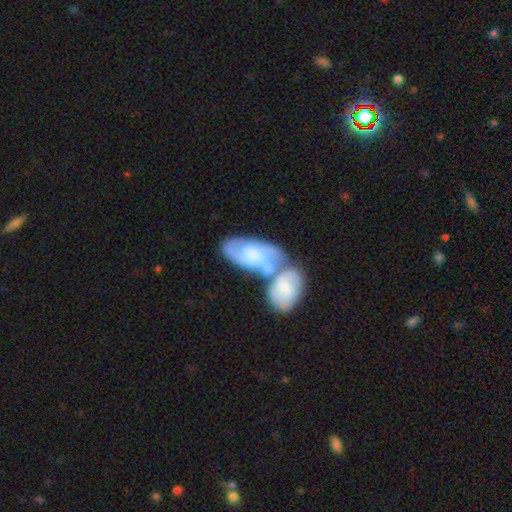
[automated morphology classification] Smooth or featured? featured or disk (67%)
Edge-on disk? no (94%)
Bar? no (57%)
Spiral arms? yes (87%)
Spiral winding? medium (44%)
Spiral arm count? 2 (61%)
Bulge size? small (37%)
Merging? merger (68%)